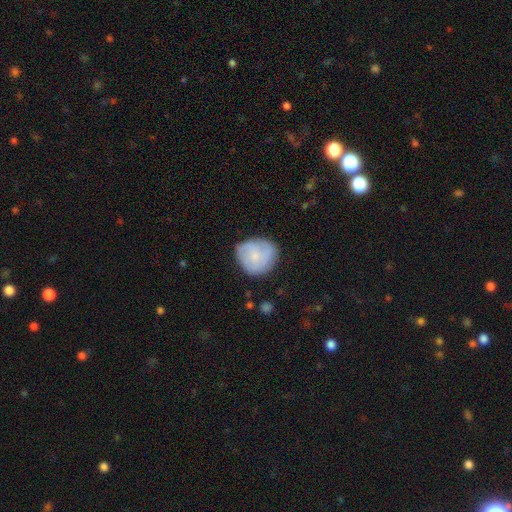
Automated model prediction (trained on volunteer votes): Smooth or featured?
  - smooth: 59% *
  - featured or disk: 34%
  - star or artifact: 7%
How rounded?
  - round: 82% *
  - in between: 17%
  - cigar-shaped: 1%
Merging?
  - none: 68% *
  - minor disturbance: 23%
  - major disturbance: 7%
  - merger: 2%